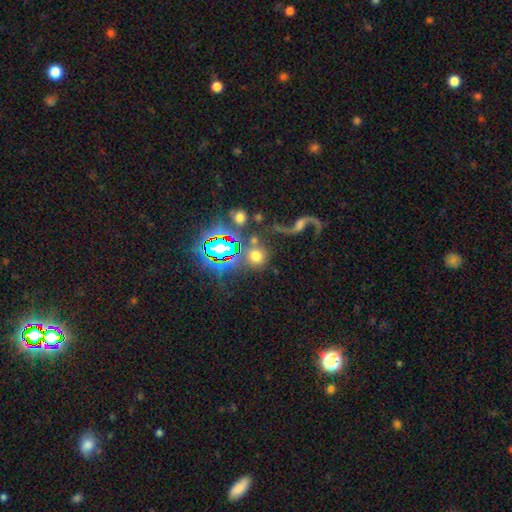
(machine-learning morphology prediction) Smooth or featured? Predicted: smooth (p=0.54). How rounded? Predicted: round (p=0.84). Merging? Predicted: none (p=0.64).